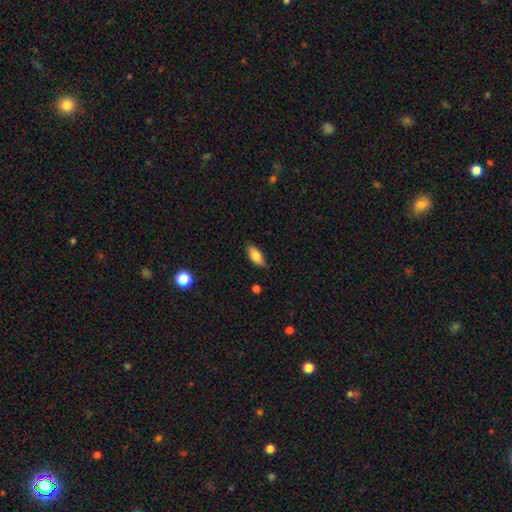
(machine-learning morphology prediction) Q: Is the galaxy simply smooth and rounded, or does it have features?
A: smooth — 81%.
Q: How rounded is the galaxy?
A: in between — 85%.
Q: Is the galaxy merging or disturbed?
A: none — 83%.